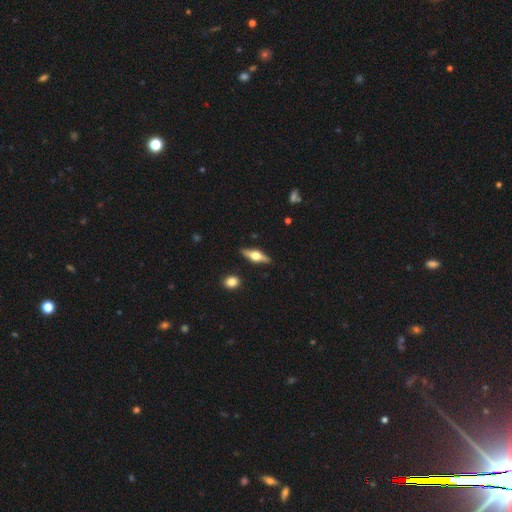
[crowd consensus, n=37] Overall: featured or disk (78%). Edge-on disk: yes (93%). Edge-on bulge: rounded (96%). Merging: none (86%).